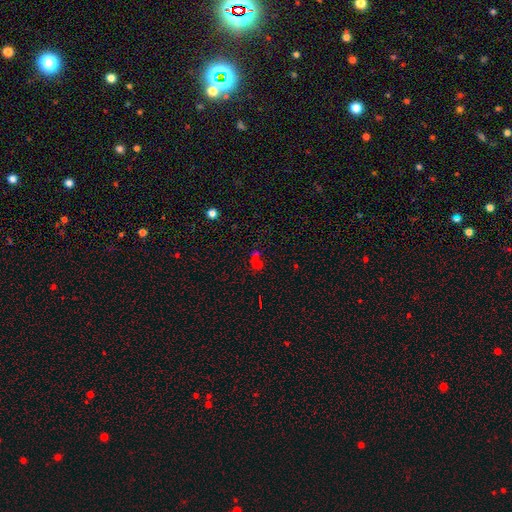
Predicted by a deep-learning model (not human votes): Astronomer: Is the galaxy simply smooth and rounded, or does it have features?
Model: smooth — 52% (runner-up: star or artifact, 34%).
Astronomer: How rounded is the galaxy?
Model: round — 73%.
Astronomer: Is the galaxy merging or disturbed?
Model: merger — 51% (runner-up: none, 37%).